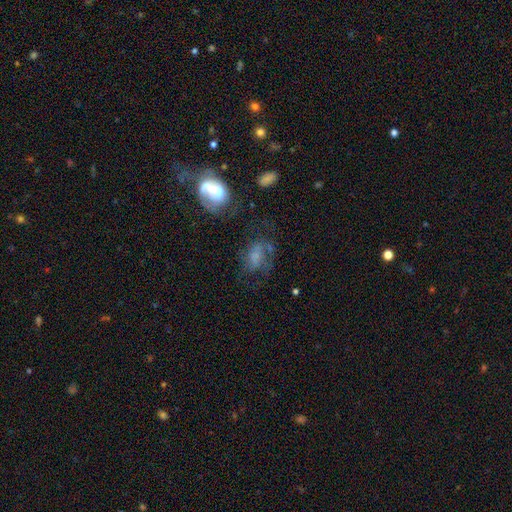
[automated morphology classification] Smooth or featured? Predicted: smooth (p=0.45). Merging? Predicted: none (p=0.42).